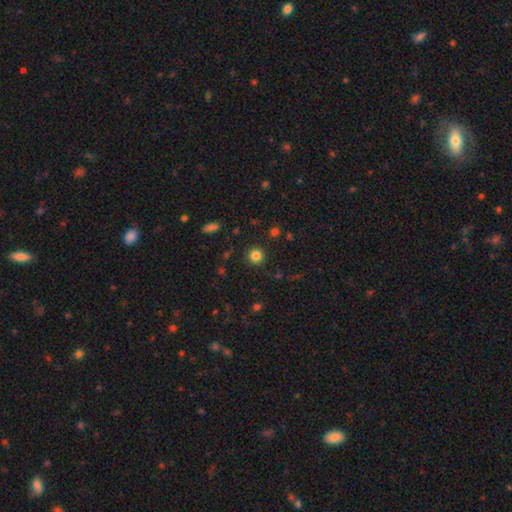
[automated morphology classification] The model was most divided on "smooth or featured": smooth: 83%, star or artifact: 12%, featured or disk: 5%. More confident: how rounded — round (94%); merging — none (91%).